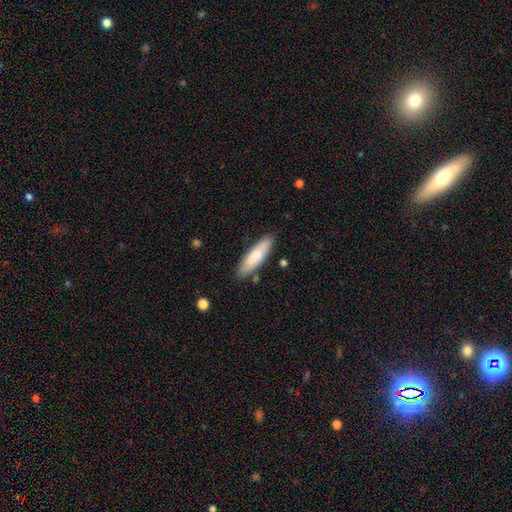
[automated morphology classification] The model was most divided on "how rounded": cigar-shaped: 64%, in between: 35%, round: 1%. More confident: merging — none (84%); smooth or featured — smooth (79%).